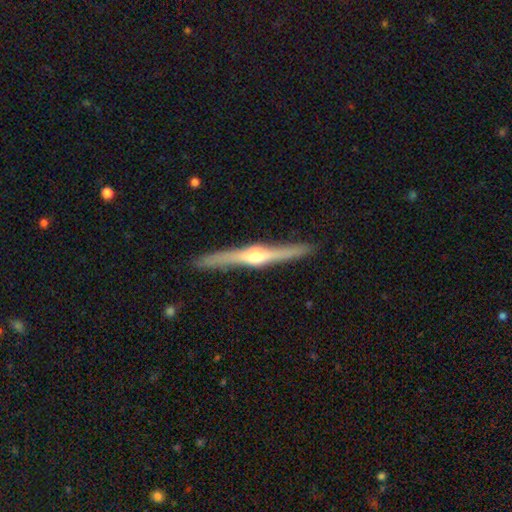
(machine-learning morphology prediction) The model was most divided on "smooth or featured": featured or disk: 82%, smooth: 13%, star or artifact: 5%. More confident: edge-on disk — yes (98%); edge-on bulge — rounded (92%); merging — none (91%).